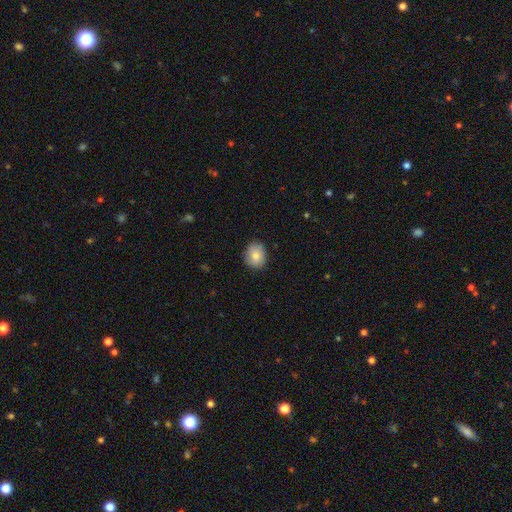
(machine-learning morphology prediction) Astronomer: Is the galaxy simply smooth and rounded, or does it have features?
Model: smooth — 82%.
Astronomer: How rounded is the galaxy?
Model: round — 62% (runner-up: in between, 37%).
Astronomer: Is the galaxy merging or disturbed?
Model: none — 84%.